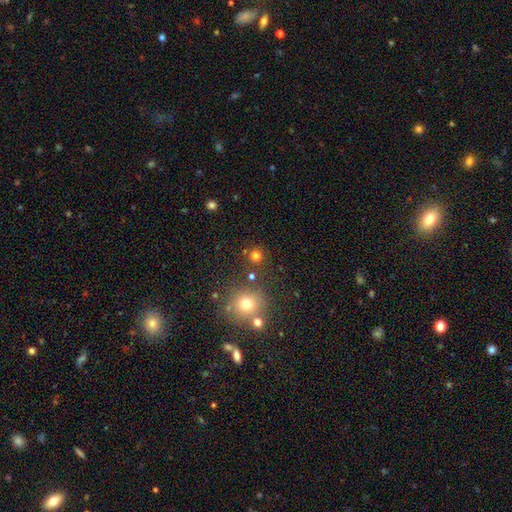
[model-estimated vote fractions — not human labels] This appears to be a smooth galaxy with no disk features (75%) that is round (93%). Merging: none (83%).